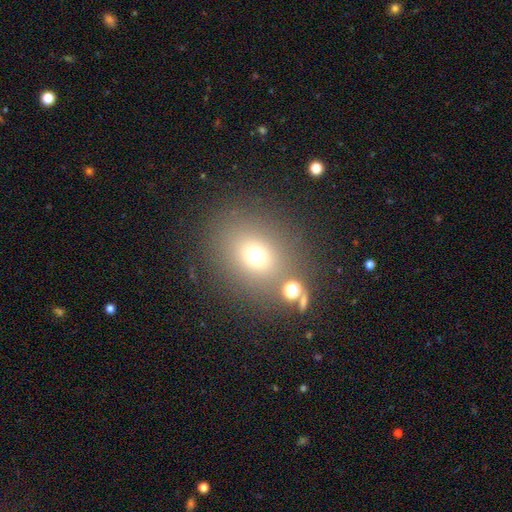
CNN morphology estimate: Smooth or featured? Predicted: smooth (p=0.69). How rounded? Predicted: round (p=0.63). Merging? Predicted: none (p=0.77).